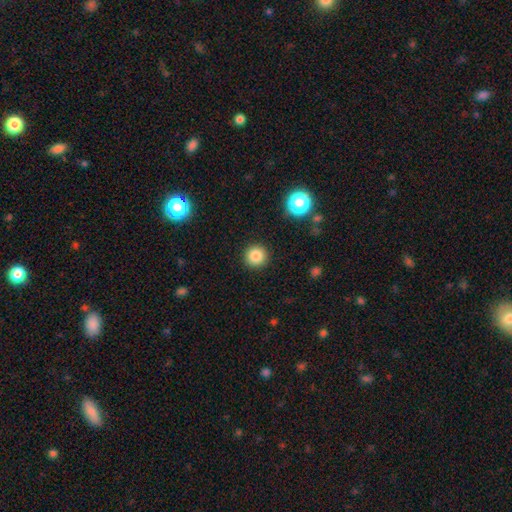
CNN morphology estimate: smooth-or-featured: smooth: 84% | star or artifact: 12% | featured or disk: 4%
  how-rounded: round: 95% | in between: 4% | cigar-shaped: 1%
  merging: none: 91% | minor disturbance: 5% | major disturbance: 2% | merger: 1%